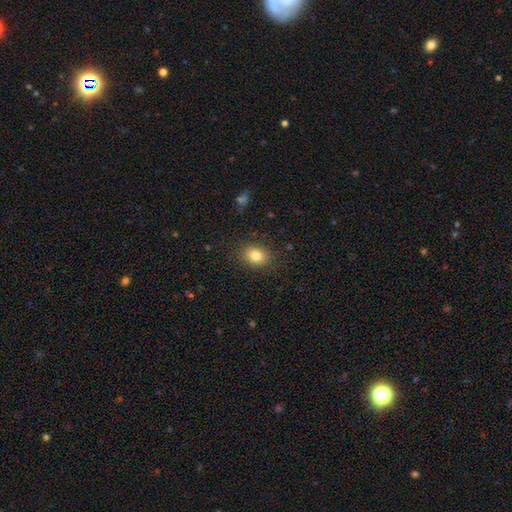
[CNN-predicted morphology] Smooth or featured: smooth — 83% (star or artifact — 10%)
How rounded: in between — 60% (round — 38%)
Merging: none — 85% (minor disturbance — 10%)